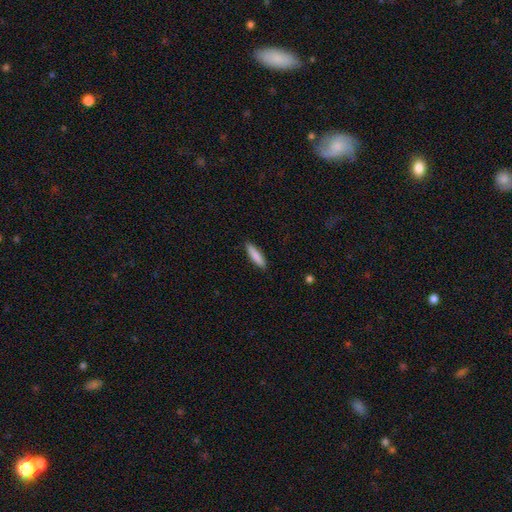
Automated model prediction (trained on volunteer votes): A smooth galaxy with no disk features (85%) that is cigar-shaped (75%).

Vote fractions:
- Smooth or featured? smooth: 85% / featured or disk: 9% / star or artifact: 6%
- How rounded? cigar-shaped: 75% / in between: 23% / round: 1%
- Merging? none: 88% / minor disturbance: 9% / major disturbance: 2% / merger: 1%